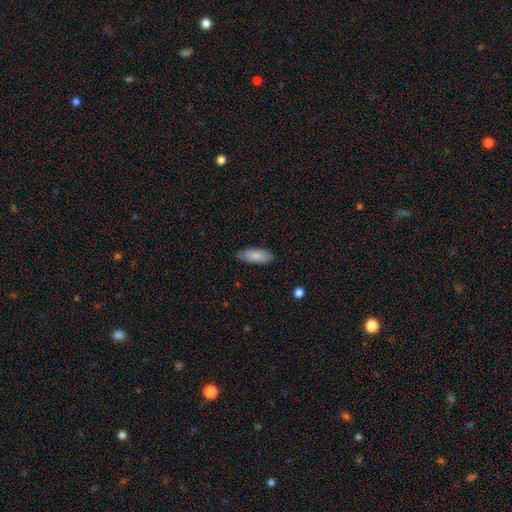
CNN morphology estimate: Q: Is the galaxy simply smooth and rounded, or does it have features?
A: smooth — 86%.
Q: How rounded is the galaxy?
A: in between — 75%.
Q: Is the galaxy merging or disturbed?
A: none — 82%.